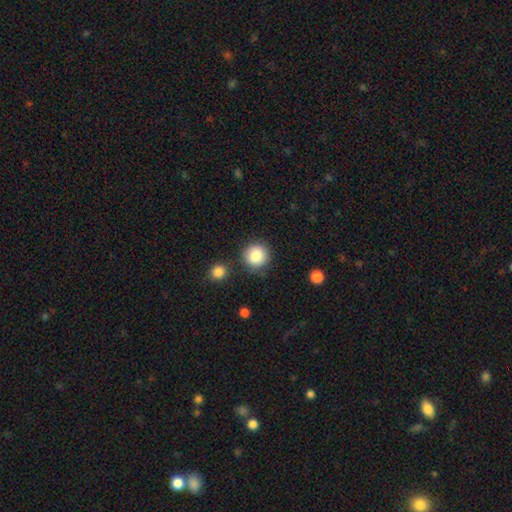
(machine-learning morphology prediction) This is clearly a smooth galaxy (87%). How rounded: clearly round (93%). Merging: clearly none (83%).